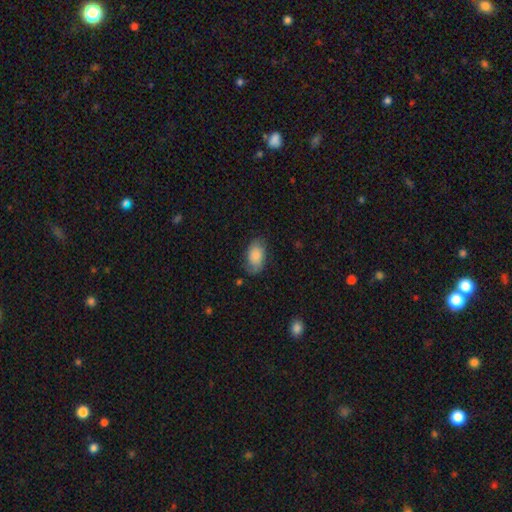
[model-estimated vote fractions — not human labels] Smooth or featured? Predicted: smooth (p=0.78). How rounded? Predicted: in between (p=0.92). Merging? Predicted: none (p=0.70).